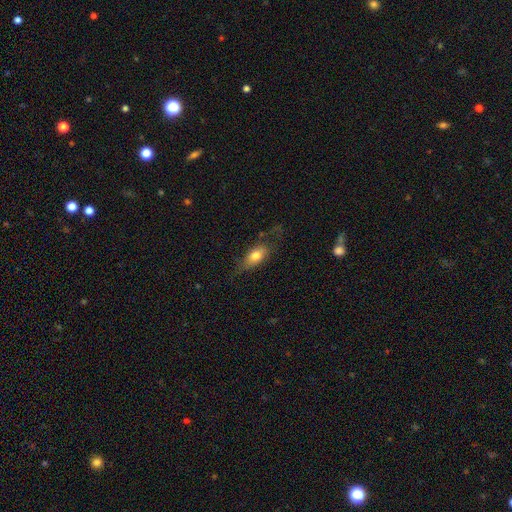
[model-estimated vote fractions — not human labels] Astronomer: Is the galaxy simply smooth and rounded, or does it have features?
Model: smooth — 71%.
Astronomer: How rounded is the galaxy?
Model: in between — 80%.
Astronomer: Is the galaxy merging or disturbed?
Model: none — 58%.